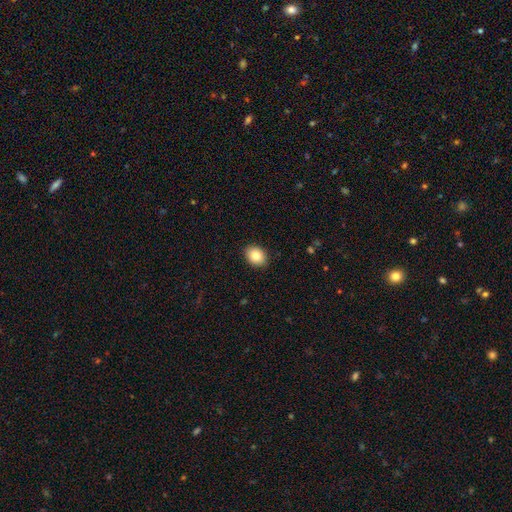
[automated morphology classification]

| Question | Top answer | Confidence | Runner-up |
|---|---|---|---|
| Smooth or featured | smooth | 85% | star or artifact (8%) |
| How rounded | in between | 62% | round (37%) |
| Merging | none | 90% | minor disturbance (8%) |